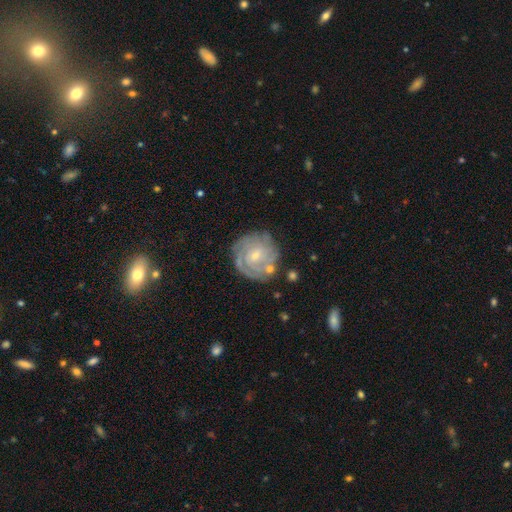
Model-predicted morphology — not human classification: Smooth or featured?
  - featured or disk: 77% *
  - smooth: 16%
  - star or artifact: 6%
Edge-on disk?
  - no: 98% *
  - yes: 2%
Bar?
  - no: 59% *
  - weak: 35%
  - strong: 6%
Spiral arms?
  - yes: 92% *
  - no: 8%
Spiral winding?
  - tight: 76% *
  - medium: 19%
  - loose: 5%
Spiral arm count?
  - can't tell: 39% *
  - 3: 21%
  - 2: 17%
  - 4: 12%
  - 1: 6%
  - more than 4: 6%
Bulge size?
  - small: 69% *
  - moderate: 26%
  - none: 3%
  - large: 1%
  - dominant: 1%
Merging?
  - none: 75% *
  - minor disturbance: 15%
  - major disturbance: 5%
  - merger: 5%